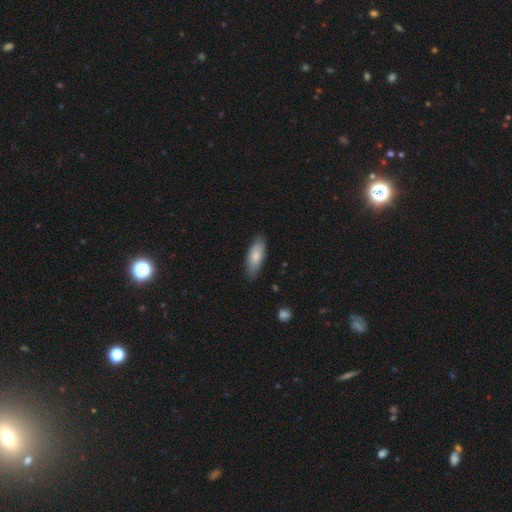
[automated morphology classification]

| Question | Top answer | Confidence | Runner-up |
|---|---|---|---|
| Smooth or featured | smooth | 79% | featured or disk (16%) |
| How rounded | in between | 70% | cigar-shaped (28%) |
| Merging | none | 83% | minor disturbance (14%) |